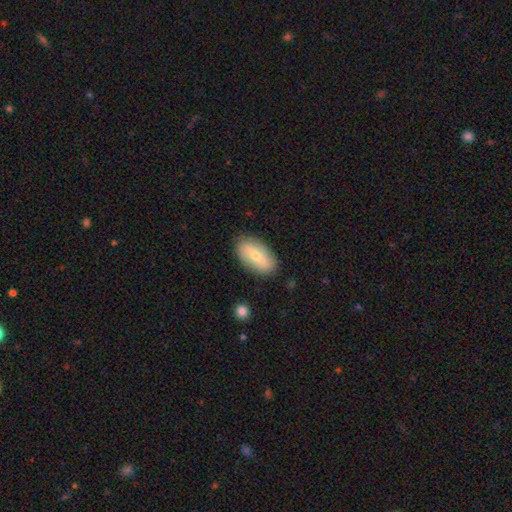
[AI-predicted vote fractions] Smooth or featured? featured or disk (47%)
Merging? none (86%)